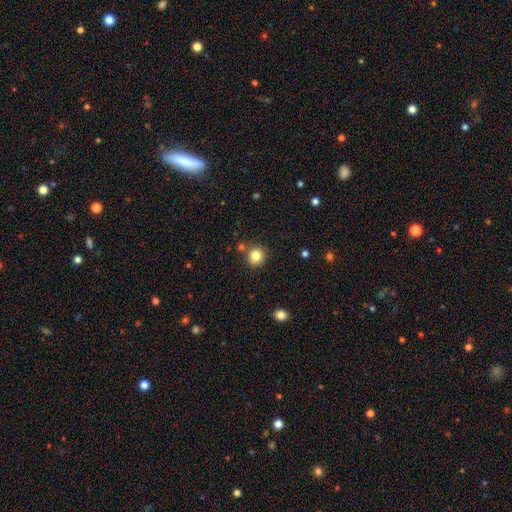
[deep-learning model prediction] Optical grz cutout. It shows a smooth galaxy with no disk features (83%) that is round (88%). Merging: none (80%).